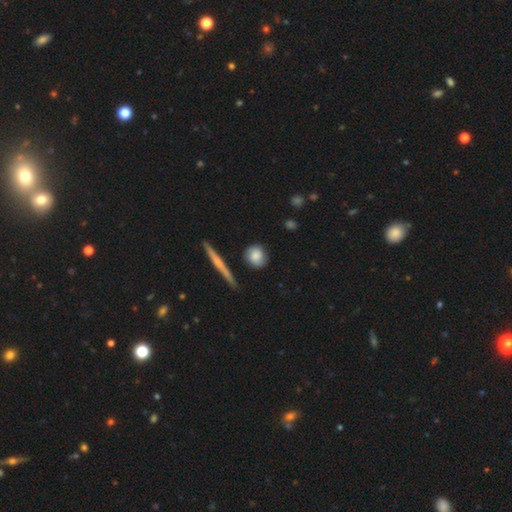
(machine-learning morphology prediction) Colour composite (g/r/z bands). It shows a smooth galaxy with no disk features (77%) that is round (78%). Merging: none (77%).